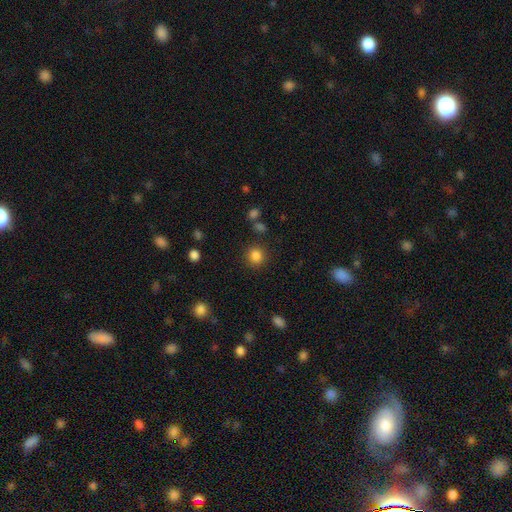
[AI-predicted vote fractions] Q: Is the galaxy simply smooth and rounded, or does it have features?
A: smooth — 84%.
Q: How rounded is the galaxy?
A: round — 89%.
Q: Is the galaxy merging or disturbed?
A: none — 87%.